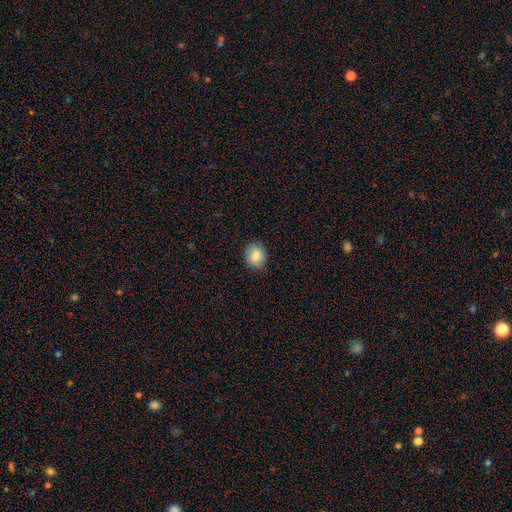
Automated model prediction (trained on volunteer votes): Smooth or featured? Predicted: smooth (p=0.84). How rounded? Predicted: round (p=0.72). Merging? Predicted: none (p=0.80).